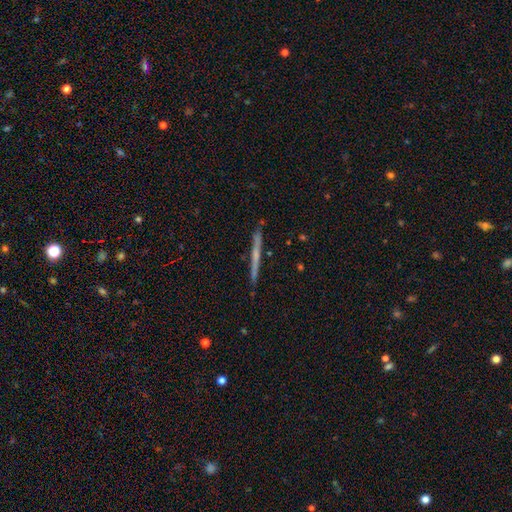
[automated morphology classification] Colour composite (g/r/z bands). It shows a featured or disk galaxy (55%) viewed edge-on (98%) with no central bulge (80%). Merging: none (90%).